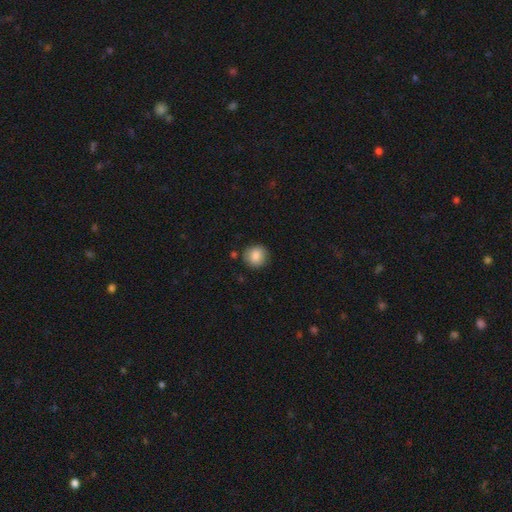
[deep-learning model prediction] The model was most divided on "merging": none: 86%, minor disturbance: 9%, major disturbance: 2%, merger: 2%. More confident: how rounded — round (88%); smooth or featured — smooth (86%).